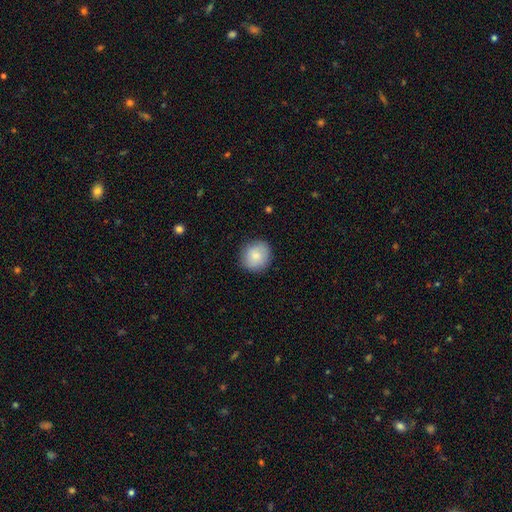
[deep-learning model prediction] Q: Smooth or featured?
A: smooth (84%); runner-up: featured or disk (9%)
Q: How rounded?
A: round (85%); runner-up: in between (14%)
Q: Merging?
A: none (87%); runner-up: minor disturbance (10%)